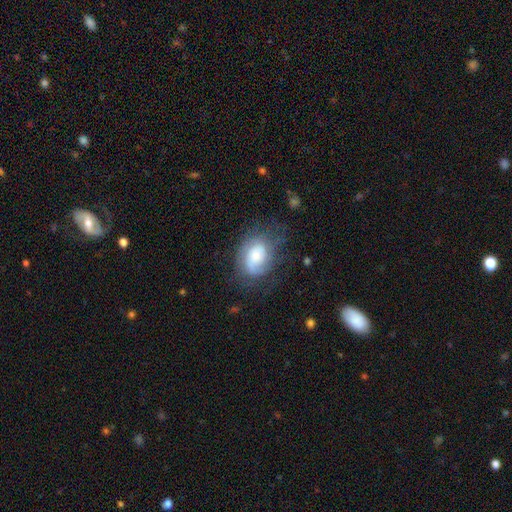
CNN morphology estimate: smooth-or-featured: featured or disk: 49% | smooth: 43% | star or artifact: 8%
  merging: none: 54% | minor disturbance: 25% | major disturbance: 19% | merger: 2%